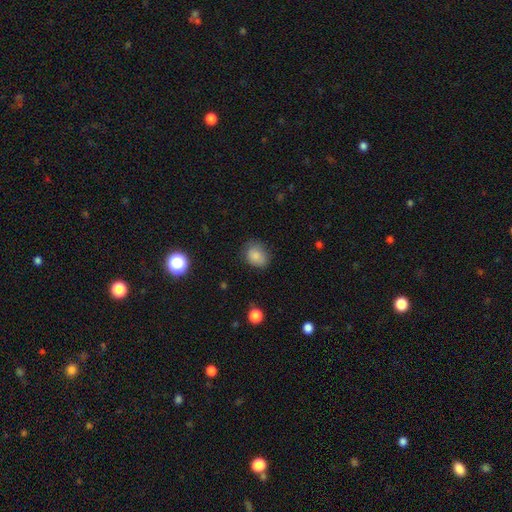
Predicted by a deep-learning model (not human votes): This is clearly a smooth galaxy (84%). How rounded: possibly in between (58%). Merging: likely none (70%).